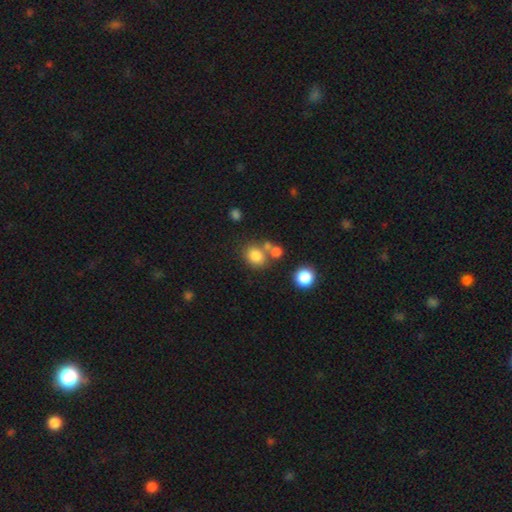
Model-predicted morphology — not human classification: smooth_or_featured: smooth (p=0.80) [alt: star or artifact p=0.12]
how_rounded: round (p=0.64) [alt: in between p=0.35]
merging: none (p=0.58) [alt: merger p=0.25]